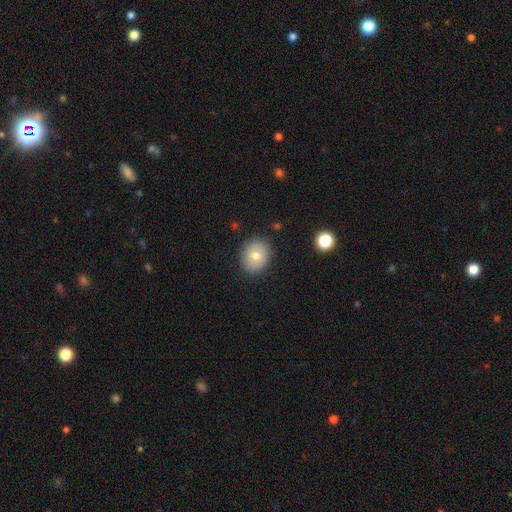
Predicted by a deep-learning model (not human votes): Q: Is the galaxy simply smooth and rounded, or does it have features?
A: smooth — 72%.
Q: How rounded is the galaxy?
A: round — 63%.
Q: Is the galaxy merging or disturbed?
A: none — 86%.